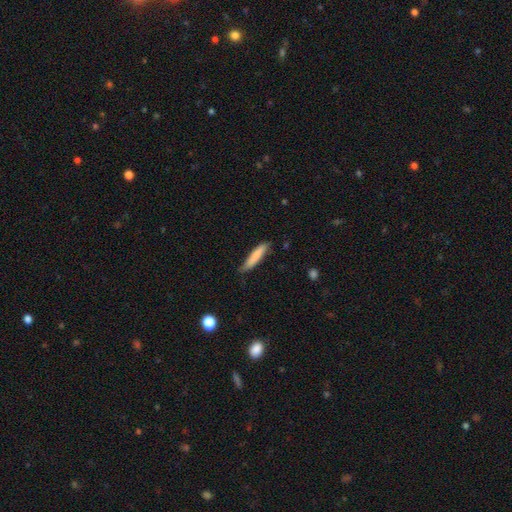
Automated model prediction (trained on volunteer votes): This appears to be a smooth galaxy with no disk features (80%) that is cigar-shaped (87%). Merging: none (70%).